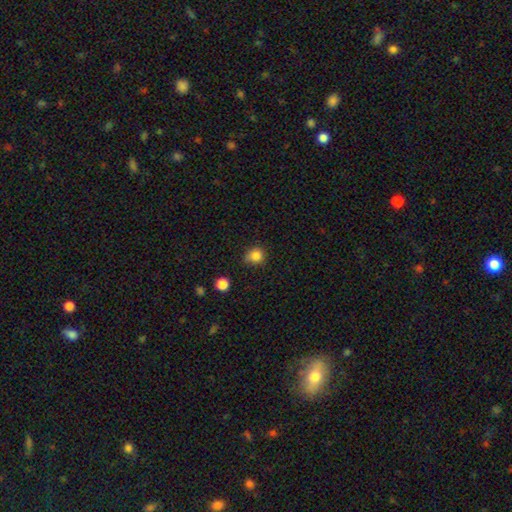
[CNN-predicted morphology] A smooth galaxy with no disk features (83%) that is round (82%).

Vote fractions:
- Smooth or featured? smooth: 83% / star or artifact: 12% / featured or disk: 5%
- How rounded? round: 82% / in between: 17% / cigar-shaped: 1%
- Merging? none: 69% / minor disturbance: 24% / major disturbance: 4% / merger: 2%